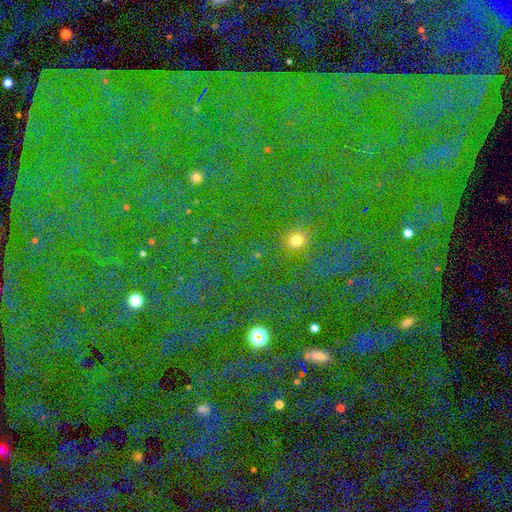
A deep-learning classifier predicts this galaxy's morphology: star or artifact 85%, smooth 8%, featured or disk 7%.